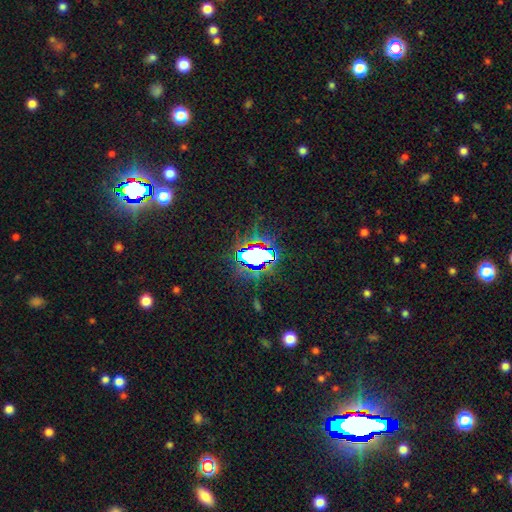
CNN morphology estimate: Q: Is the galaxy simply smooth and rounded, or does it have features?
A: star or artifact — 61%.